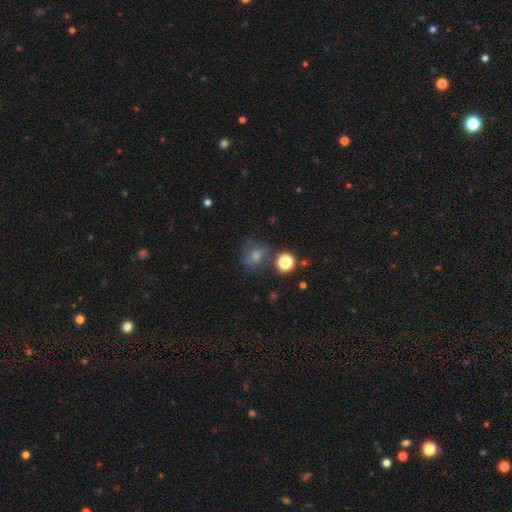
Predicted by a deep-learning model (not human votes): smooth 64%, star or artifact 18%, featured or disk 18%. Down the decision tree: how rounded — round (60%); merging — none (52%).